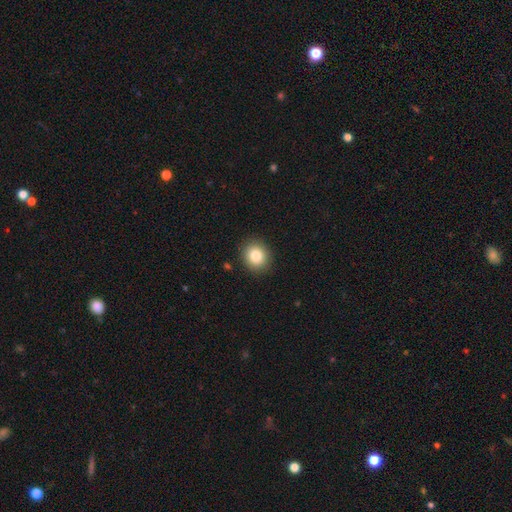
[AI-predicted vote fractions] Smooth or featured?
  - smooth: 83% *
  - star or artifact: 10%
  - featured or disk: 7%
How rounded?
  - round: 81% *
  - in between: 18%
  - cigar-shaped: 1%
Merging?
  - none: 90% *
  - minor disturbance: 7%
  - major disturbance: 2%
  - merger: 1%